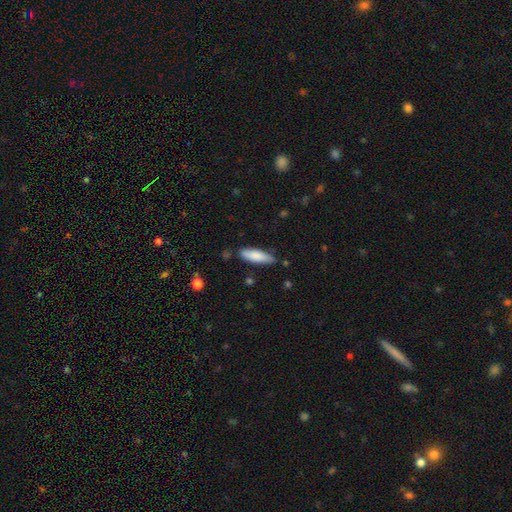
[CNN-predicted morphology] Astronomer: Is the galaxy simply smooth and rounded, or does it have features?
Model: smooth — 82%.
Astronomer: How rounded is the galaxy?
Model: cigar-shaped — 55% (runner-up: in between, 44%).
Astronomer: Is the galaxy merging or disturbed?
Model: none — 79%.